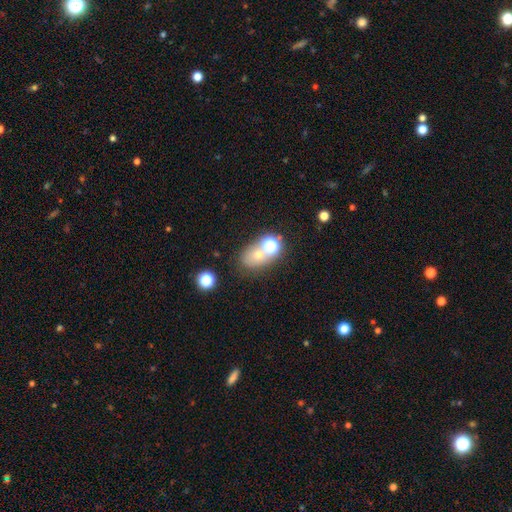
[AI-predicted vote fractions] smooth_or_featured: smooth (p=0.54) [alt: star or artifact p=0.28]
how_rounded: in between (p=0.54) [alt: round p=0.44]
merging: none (p=0.52) [alt: merger p=0.31]